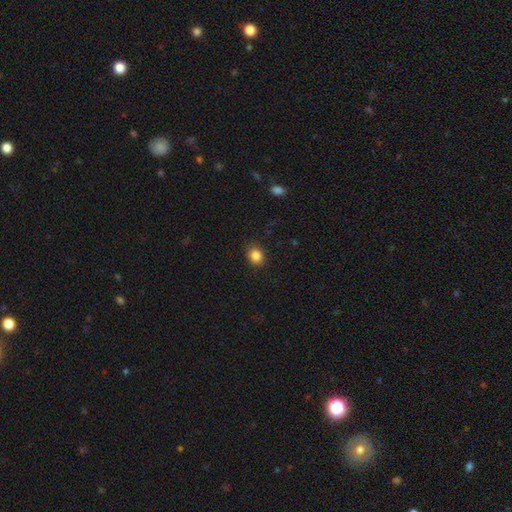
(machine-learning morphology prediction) Q: Smooth or featured?
A: smooth (85%); runner-up: star or artifact (10%)
Q: How rounded?
A: round (59%); runner-up: in between (40%)
Q: Merging?
A: none (86%); runner-up: minor disturbance (10%)